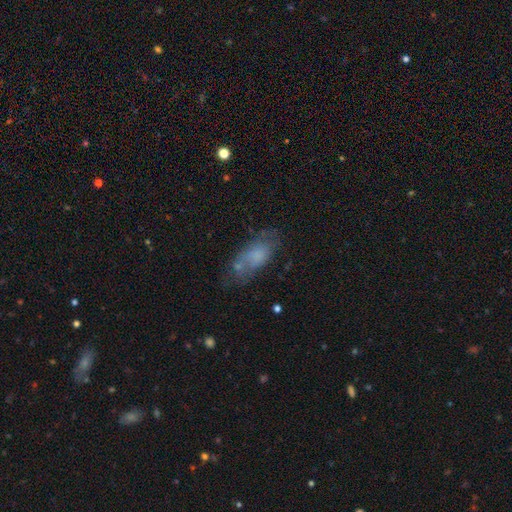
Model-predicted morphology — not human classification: Smooth or featured?
  - smooth: 62% *
  - featured or disk: 28%
  - star or artifact: 10%
How rounded?
  - in between: 82% *
  - cigar-shaped: 14%
  - round: 4%
Merging?
  - none: 47% *
  - minor disturbance: 25%
  - major disturbance: 17%
  - merger: 10%